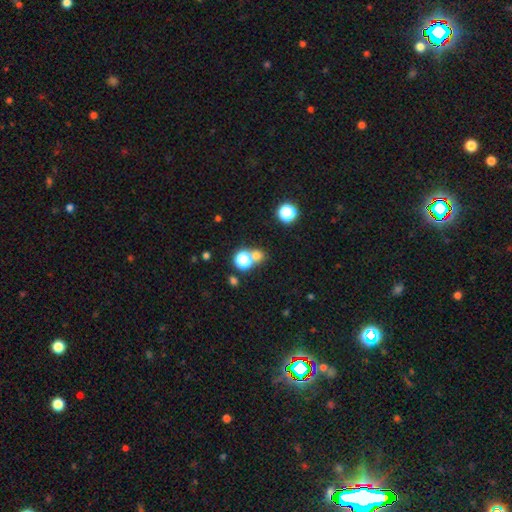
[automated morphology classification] Smooth or featured: smooth — 64% (star or artifact — 29%)
How rounded: round — 83% (in between — 16%)
Merging: none — 59% (merger — 30%)